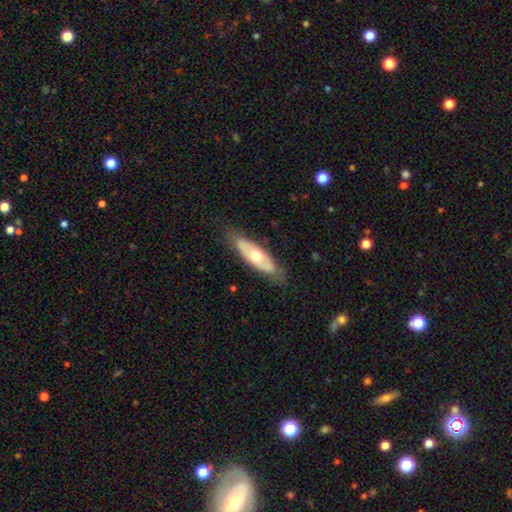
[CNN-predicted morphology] smooth_or_featured: featured or disk (p=0.52) [alt: smooth p=0.43]
disk_edge_on: no (p=0.64) [alt: yes p=0.36]
merging: none (p=0.78) [alt: minor disturbance p=0.16]